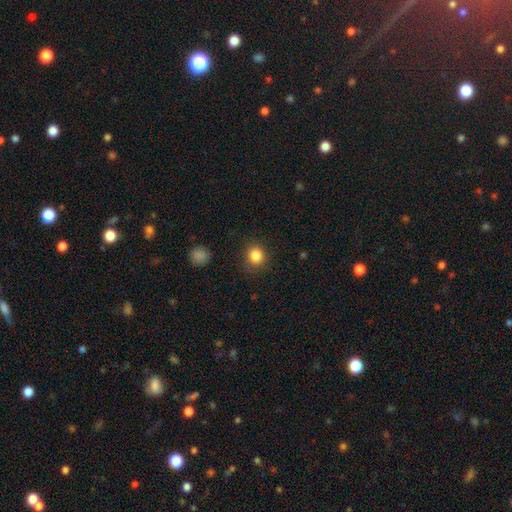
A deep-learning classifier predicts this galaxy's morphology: Overall: smooth (85%). How rounded: round (83%). Merging: none (84%).